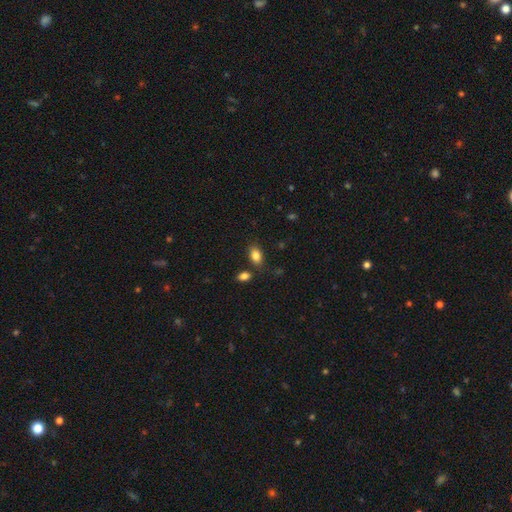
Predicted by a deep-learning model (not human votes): Morphology: type=smooth (86%); roundness=in between (88%); merging=none (78%).